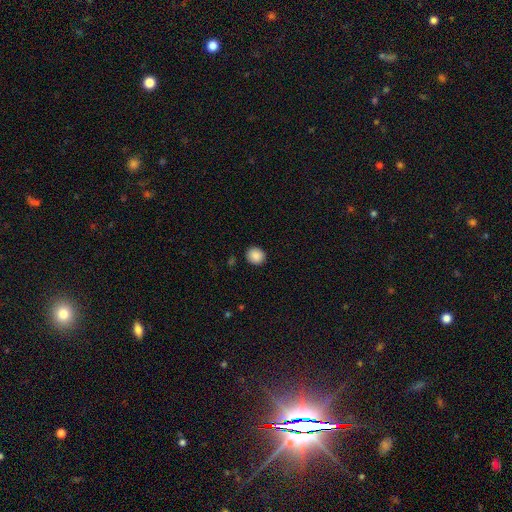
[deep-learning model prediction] smooth_or_featured: smooth (p=0.89) [alt: star or artifact p=0.08]
how_rounded: round (p=0.80) [alt: in between p=0.19]
merging: none (p=0.90) [alt: minor disturbance p=0.07]